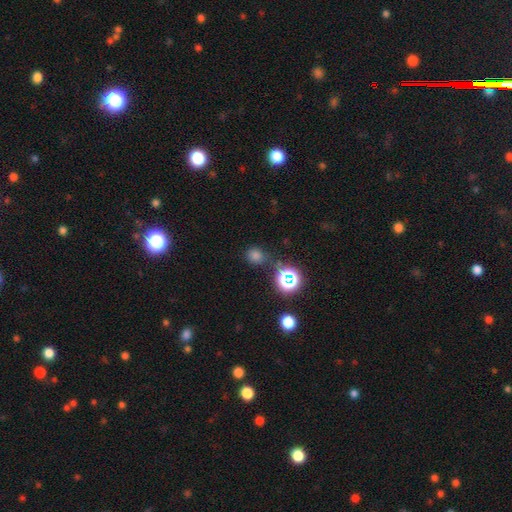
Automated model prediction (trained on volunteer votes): Smooth or featured?
  - smooth: 66% *
  - star or artifact: 29%
  - featured or disk: 6%
How rounded?
  - round: 82% *
  - in between: 17%
  - cigar-shaped: 1%
Merging?
  - none: 78% *
  - minor disturbance: 13%
  - merger: 5%
  - major disturbance: 4%